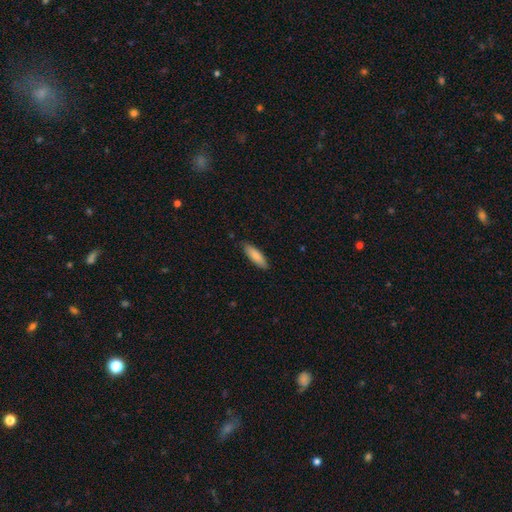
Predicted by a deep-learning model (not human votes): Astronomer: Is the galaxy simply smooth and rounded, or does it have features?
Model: smooth — 85%.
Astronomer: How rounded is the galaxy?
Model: cigar-shaped — 52% (runner-up: in between, 47%).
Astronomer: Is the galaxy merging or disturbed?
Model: none — 87%.